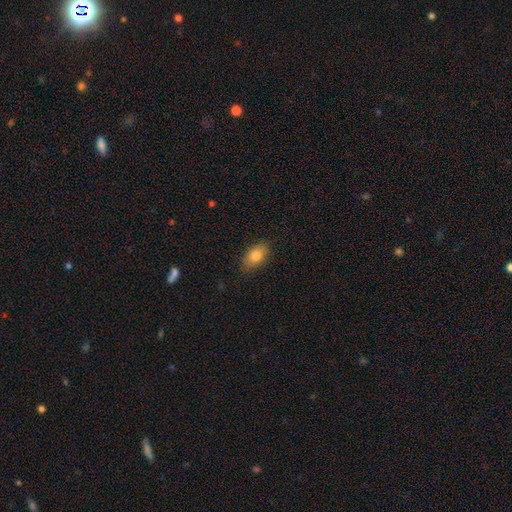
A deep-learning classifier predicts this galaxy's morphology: This is clearly a smooth galaxy (80%). How rounded: clearly in between (91%). Merging: clearly none (85%).